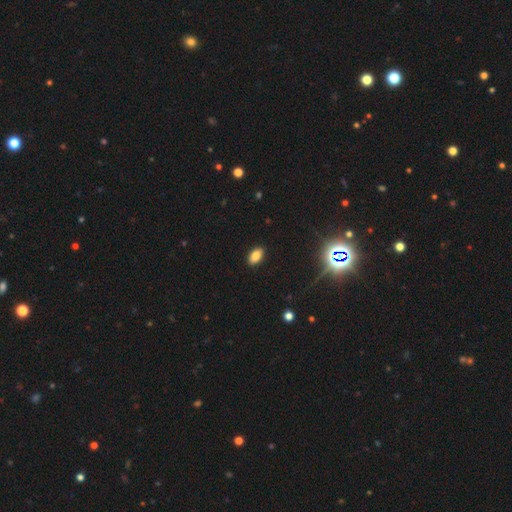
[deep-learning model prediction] This is clearly a smooth galaxy (82%). How rounded: clearly in between (92%). Merging: clearly none (89%).